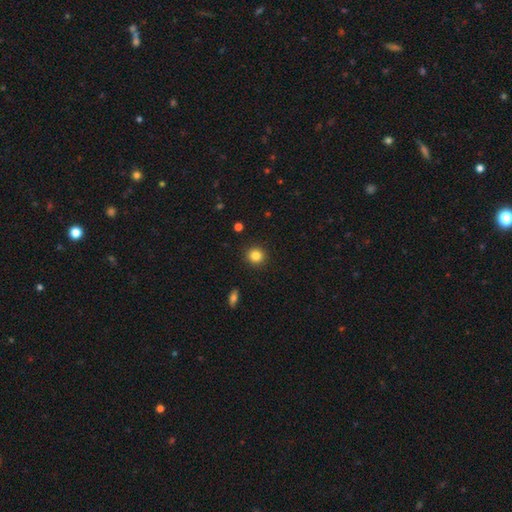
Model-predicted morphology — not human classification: Q: Smooth or featured?
A: smooth (84%); runner-up: star or artifact (11%)
Q: How rounded?
A: round (91%); runner-up: in between (8%)
Q: Merging?
A: none (92%); runner-up: minor disturbance (5%)